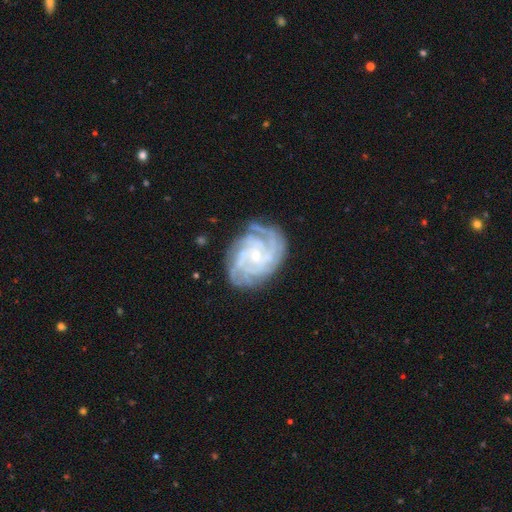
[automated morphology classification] This appears to be a featured or disk galaxy (89%) with no bar (68%), 4 (27%) tight (69%) spiral arms (97%) and a small central bulge (77%). Merging: none (74%).